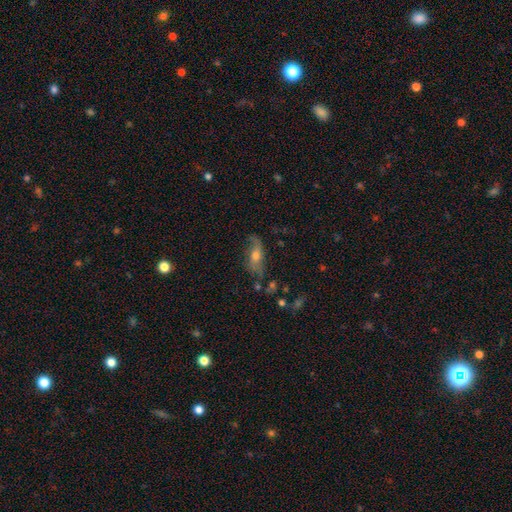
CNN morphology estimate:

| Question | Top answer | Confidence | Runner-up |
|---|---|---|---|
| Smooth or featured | featured or disk | 55% | smooth (33%) |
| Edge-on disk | no | 76% | yes (24%) |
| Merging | none | 59% | minor disturbance (24%) |